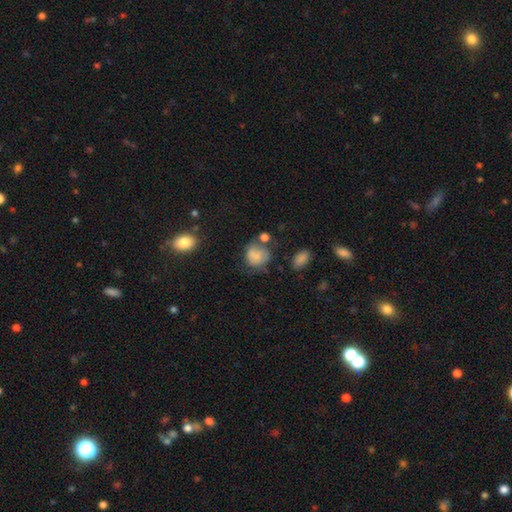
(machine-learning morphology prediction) This appears to be a smooth galaxy with no disk features (74%) that is round (69%). Merging: none (45%).